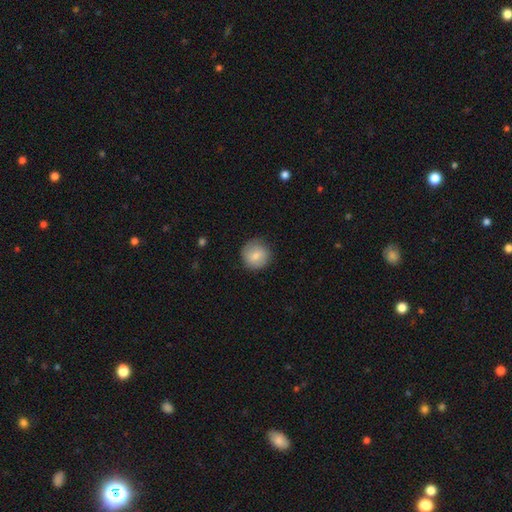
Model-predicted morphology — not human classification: smooth 76%, featured or disk 17%, star or artifact 7%. Down the decision tree: how rounded — round (92%); merging — none (84%).